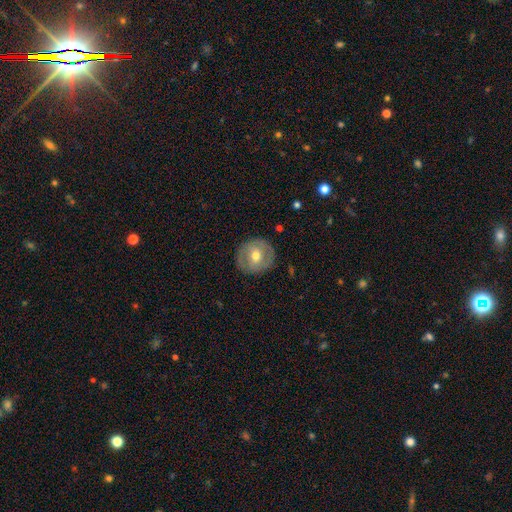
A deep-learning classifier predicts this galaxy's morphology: Smooth or featured? featured or disk (47%)
Merging? none (85%)